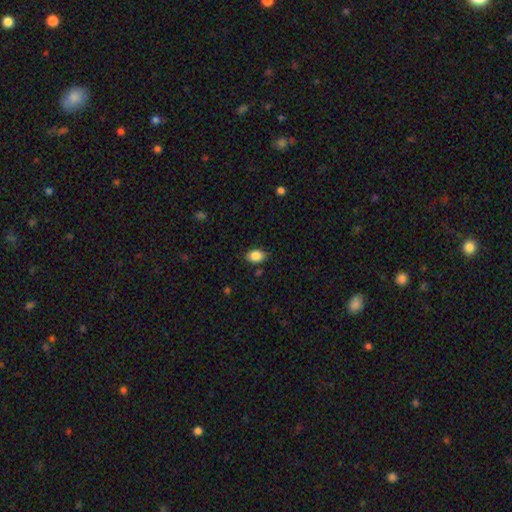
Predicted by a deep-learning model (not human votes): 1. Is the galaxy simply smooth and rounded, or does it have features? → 88% smooth, 8% star or artifact, 4% featured or disk.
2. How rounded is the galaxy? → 82% in between, 17% round, 1% cigar-shaped.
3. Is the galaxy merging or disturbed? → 84% none, 12% minor disturbance, 3% major disturbance, 2% merger.